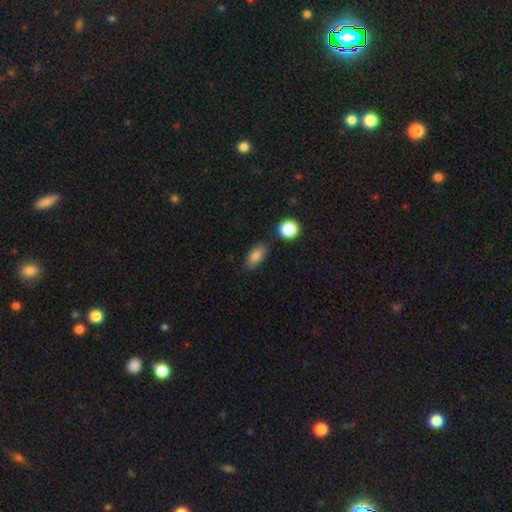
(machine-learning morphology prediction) This appears to be a smooth galaxy with no disk features (85%) that is in between round and cigar-shaped (88%). Merging: none (79%).